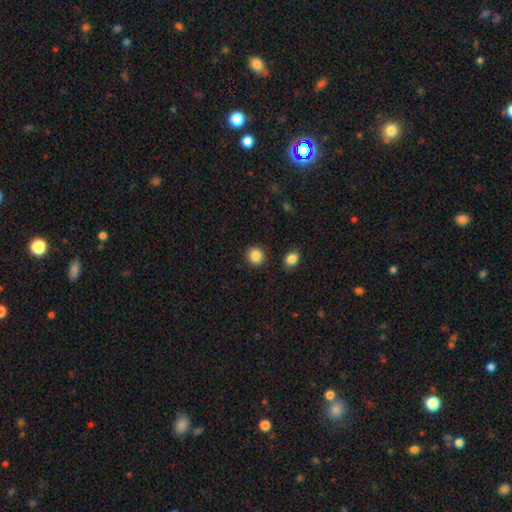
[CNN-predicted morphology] This appears to be a smooth galaxy with no disk features (86%) that is round (87%). Merging: none (90%).